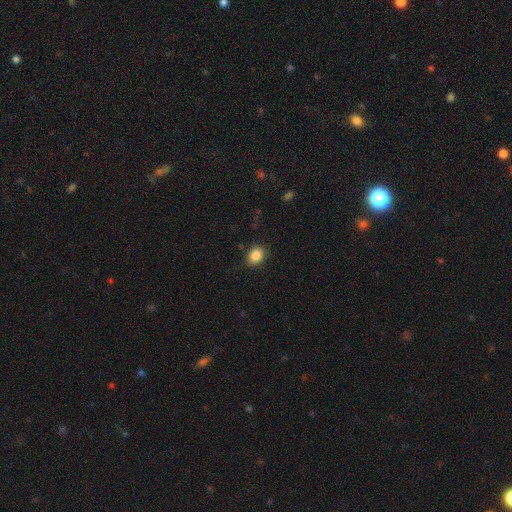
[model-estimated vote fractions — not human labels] smooth 85%, star or artifact 9%, featured or disk 6%. Down the decision tree: how rounded — in between (58%); merging — none (79%).